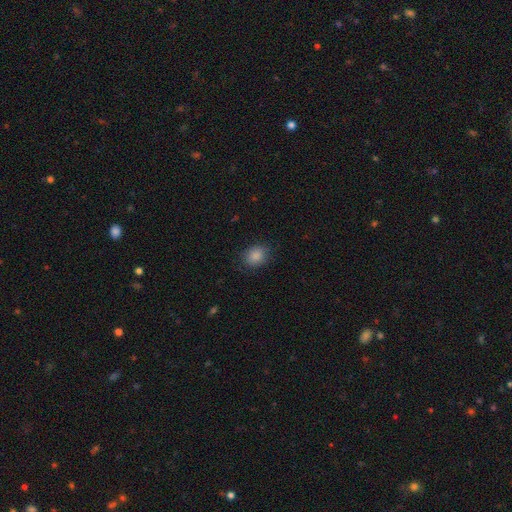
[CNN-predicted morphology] Q: Smooth or featured?
A: smooth (87%); runner-up: star or artifact (9%)
Q: How rounded?
A: in between (51%); runner-up: round (48%)
Q: Merging?
A: none (83%); runner-up: minor disturbance (12%)